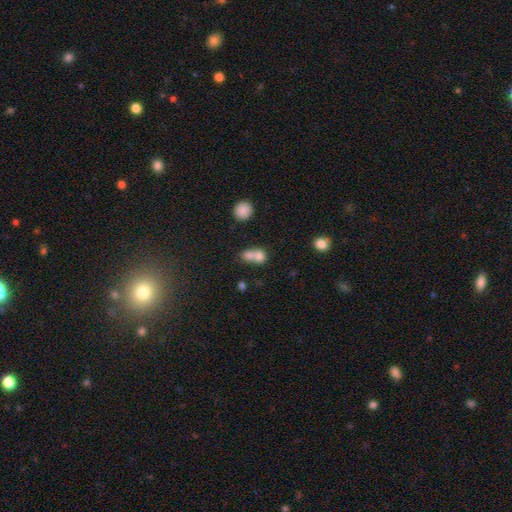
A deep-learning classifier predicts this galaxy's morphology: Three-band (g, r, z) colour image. It shows a smooth galaxy with no disk features (74%) that is round (56%). Merging: merger (65%).